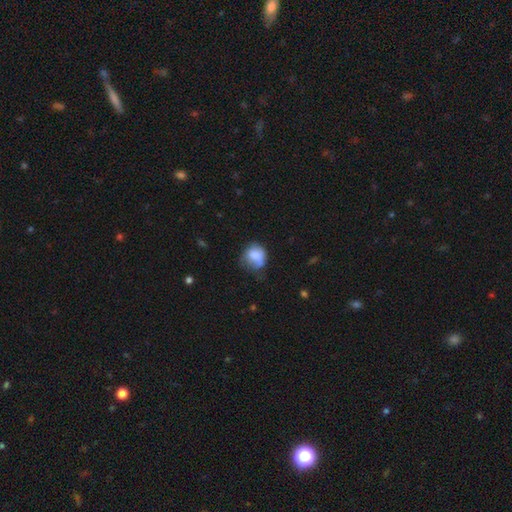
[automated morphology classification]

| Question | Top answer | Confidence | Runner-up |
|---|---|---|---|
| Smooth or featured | smooth | 75% | featured or disk (15%) |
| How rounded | round | 68% | in between (31%) |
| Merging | none | 40% | minor disturbance (35%) |